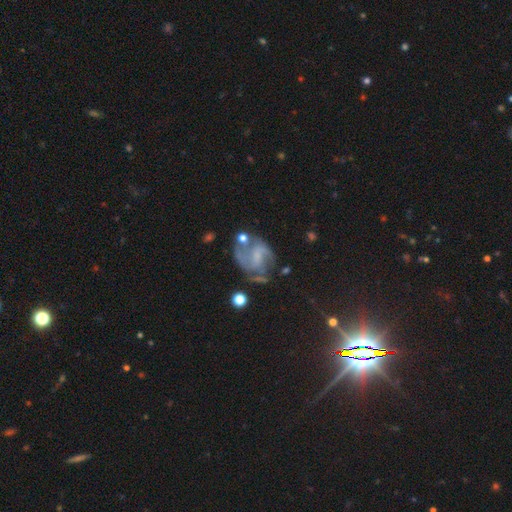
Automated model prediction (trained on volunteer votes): This appears to be a featured or disk galaxy (74%) with a weak bar (48%), 2 (50%) medium (48%) spiral arms (84%) and no central bulge (42%). Merging: none (46%).